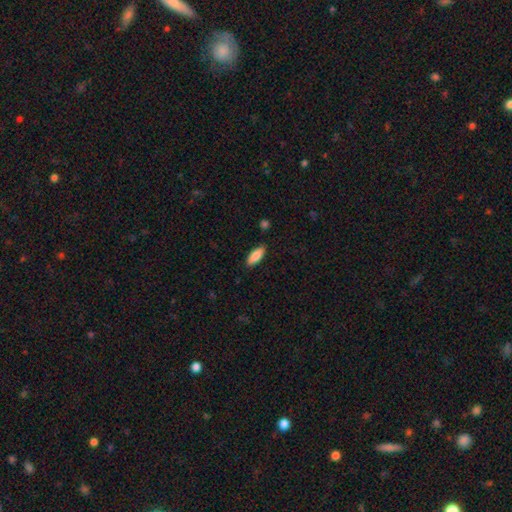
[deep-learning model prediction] This is clearly a smooth galaxy (85%). How rounded: likely in between (73%). Merging: clearly none (85%).